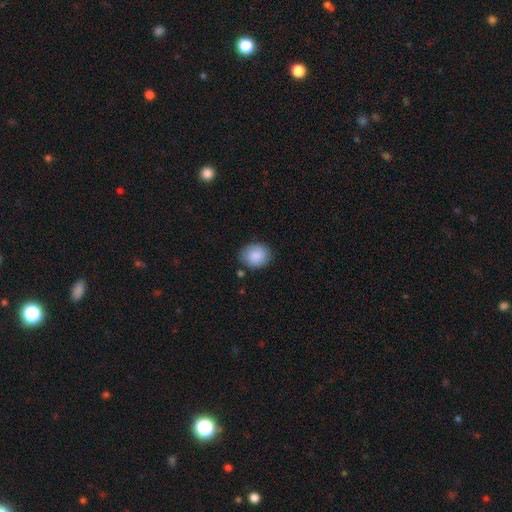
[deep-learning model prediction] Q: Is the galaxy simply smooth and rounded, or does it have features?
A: smooth — 88%.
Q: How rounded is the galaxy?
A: round — 61%.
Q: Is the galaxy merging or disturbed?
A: none — 81%.